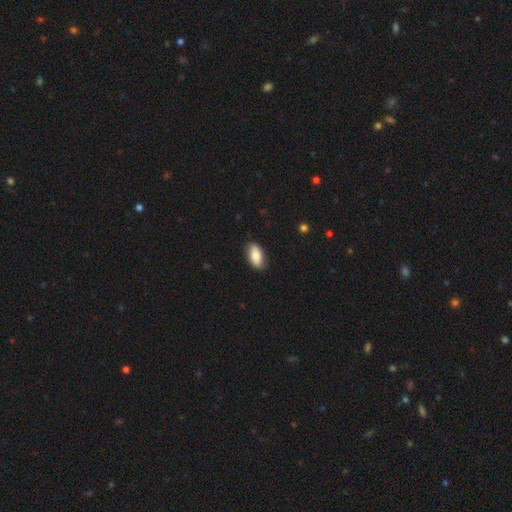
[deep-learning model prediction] Smooth or featured? smooth (80%)
How rounded? in between (92%)
Merging? none (84%)